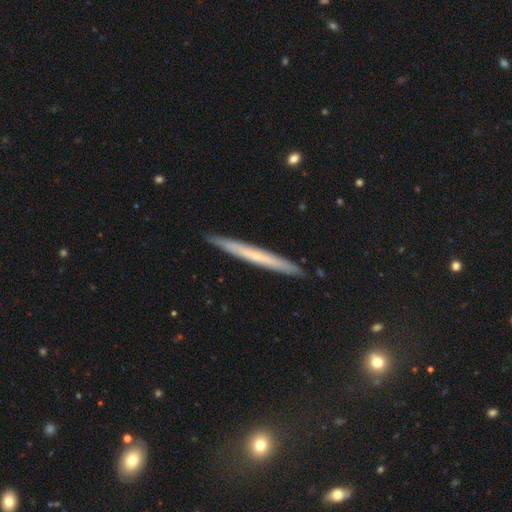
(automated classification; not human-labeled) Q: Smooth or featured?
A: featured or disk (47%); tied with: smooth (47%)
Q: Merging?
A: none (91%); runner-up: minor disturbance (6%)